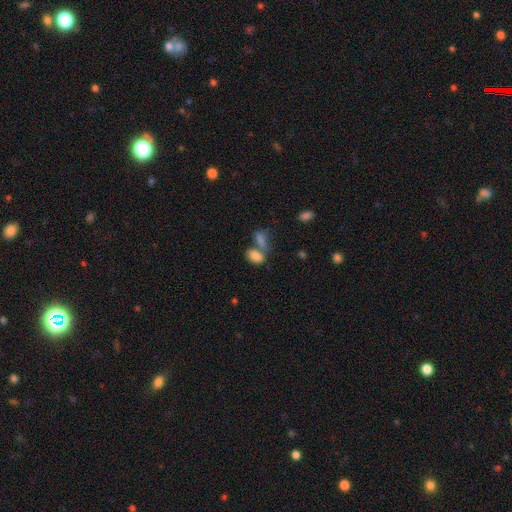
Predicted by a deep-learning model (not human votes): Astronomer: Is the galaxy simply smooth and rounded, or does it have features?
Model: smooth — 83%.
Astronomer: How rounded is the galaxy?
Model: in between — 90%.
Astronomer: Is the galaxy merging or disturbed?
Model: merger — 46% (runner-up: none, 40%).